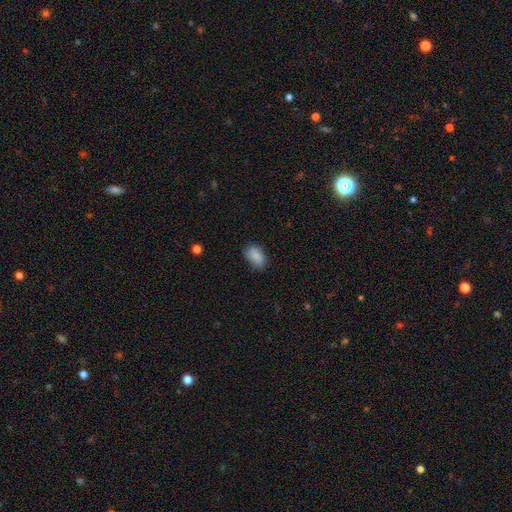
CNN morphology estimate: Smooth or featured: smooth — 87% (star or artifact — 8%)
How rounded: in between — 90% (round — 9%)
Merging: none — 74% (minor disturbance — 21%)